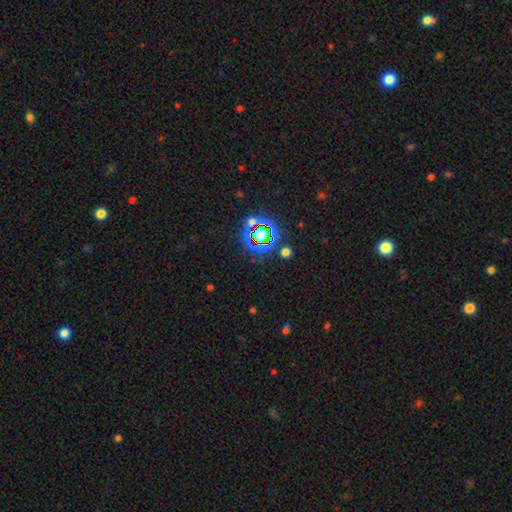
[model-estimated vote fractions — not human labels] Smooth or featured? Predicted: star or artifact (p=0.70).